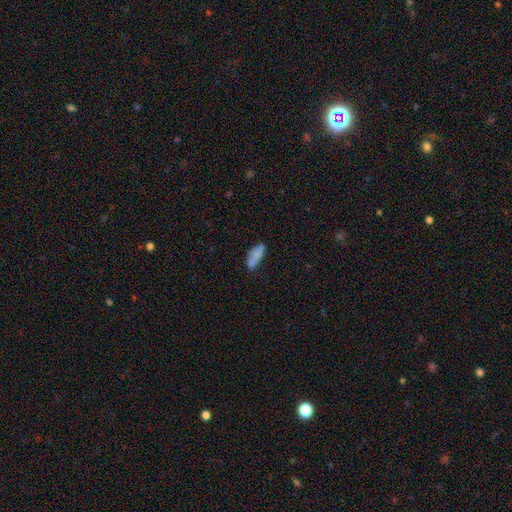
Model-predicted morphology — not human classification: Smooth or featured: smooth — 71% (featured or disk — 20%)
How rounded: in between — 71% (cigar-shaped — 27%)
Merging: none — 53% (minor disturbance — 26%)